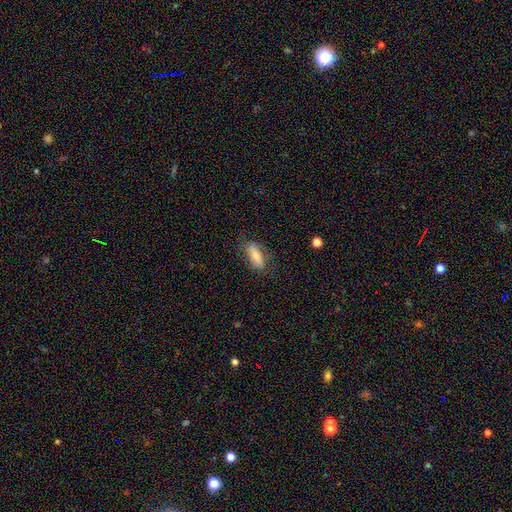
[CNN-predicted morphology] This appears to be a smooth galaxy with no disk features (65%) that is in between round and cigar-shaped (73%). Merging: none (74%).